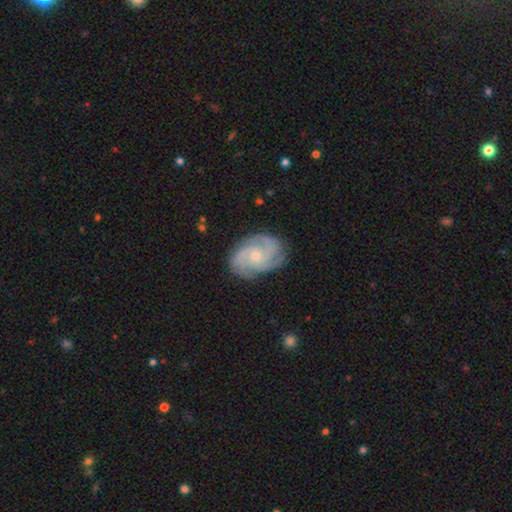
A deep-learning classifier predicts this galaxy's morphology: Smooth or featured? Predicted: featured or disk (p=0.86). Edge-on disk? Predicted: no (p=0.98). Bar? Predicted: no (p=0.71). Spiral arms? Predicted: yes (p=0.98). Spiral winding? Predicted: tight (p=0.60). Spiral arm count? Predicted: 3 (p=0.48). Bulge size? Predicted: small (p=0.65). Merging? Predicted: none (p=0.80).